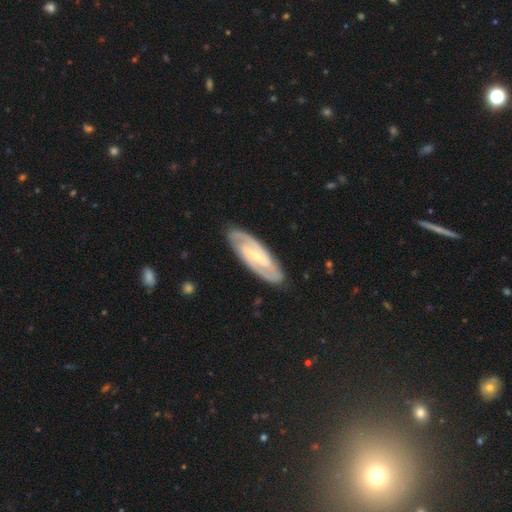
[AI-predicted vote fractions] A featured or disk galaxy (86%) with a strong bar (56%), 2 (87%) tight (48%) spiral arms (94%) and a small central bulge (69%).

Vote fractions:
- Smooth or featured? featured or disk: 86% / smooth: 10% / star or artifact: 4%
- Edge-on disk? no: 90% / yes: 10%
- Bar? strong: 56% / weak: 32% / no: 12%
- Spiral arms? yes: 94% / no: 6%
- Spiral winding? tight: 48% / medium: 41% / loose: 11%
- Spiral arm count? 2: 87% / can't tell: 7% / 3: 2% / 1: 1% / 4: 1% / more than 4: 1%
- Bulge size? small: 69% / moderate: 25% / none: 3% / large: 1% / dominant: 1%
- Merging? none: 87% / minor disturbance: 10% / major disturbance: 2% / merger: 1%